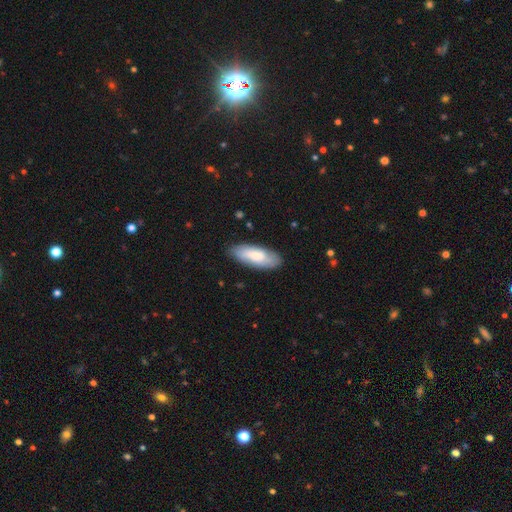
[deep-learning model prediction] A smooth galaxy with no disk features (72%) that is in between round and cigar-shaped (72%).

Vote fractions:
- Smooth or featured? smooth: 72% / featured or disk: 22% / star or artifact: 6%
- How rounded? in between: 72% / cigar-shaped: 26% / round: 2%
- Merging? none: 82% / minor disturbance: 14% / major disturbance: 3% / merger: 1%